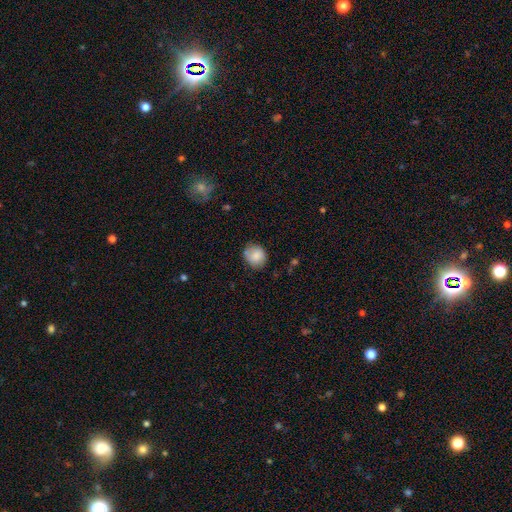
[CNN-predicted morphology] This appears to be a smooth galaxy with no disk features (85%) that is round (74%). Merging: none (77%).